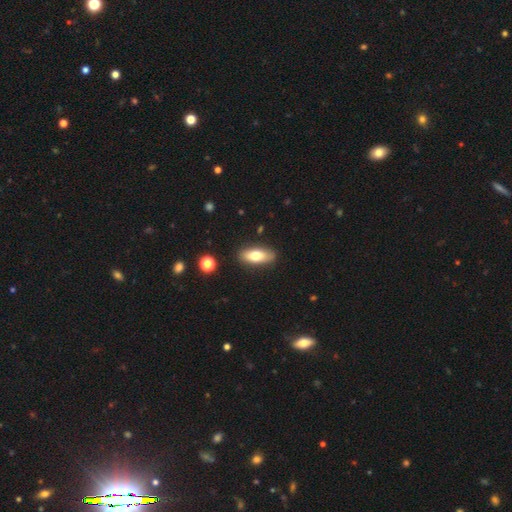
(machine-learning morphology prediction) This appears to be a smooth galaxy with no disk features (72%) that is in between round and cigar-shaped (75%). Merging: none (87%).